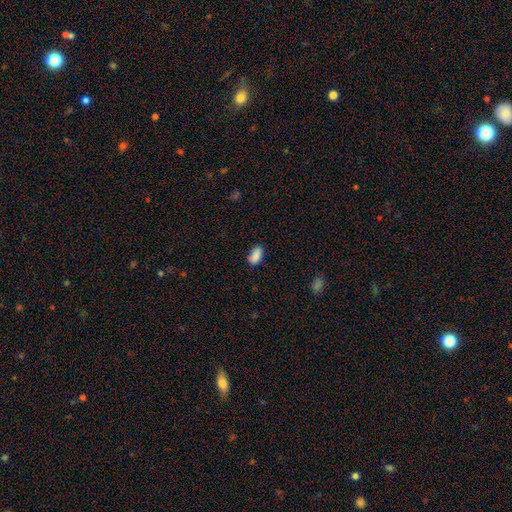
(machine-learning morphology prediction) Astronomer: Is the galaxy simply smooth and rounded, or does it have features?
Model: smooth — 88%.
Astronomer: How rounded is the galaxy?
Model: in between — 92%.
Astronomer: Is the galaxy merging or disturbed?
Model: none — 79%.